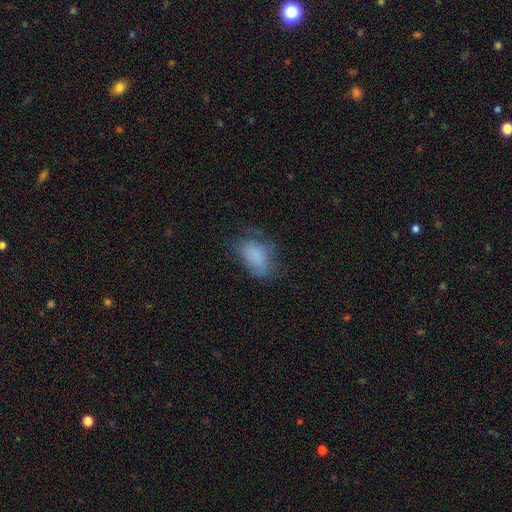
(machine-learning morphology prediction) smooth_or_featured: smooth (p=0.76) [alt: featured or disk p=0.13]
how_rounded: in between (p=0.88) [alt: round p=0.10]
merging: none (p=0.47) [alt: minor disturbance p=0.29]